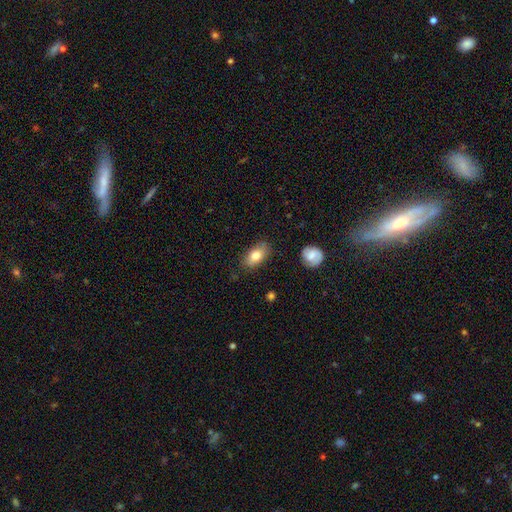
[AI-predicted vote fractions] Smooth or featured: smooth — 80% (featured or disk — 13%)
How rounded: in between — 89% (round — 7%)
Merging: none — 82% (minor disturbance — 14%)